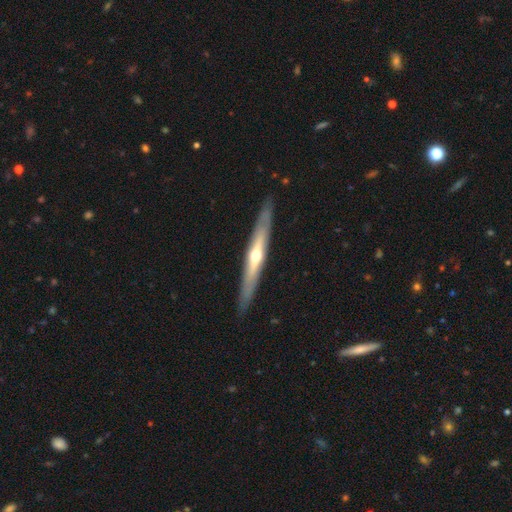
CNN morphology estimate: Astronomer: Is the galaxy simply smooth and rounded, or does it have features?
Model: featured or disk — 68%.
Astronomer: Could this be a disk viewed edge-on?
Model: yes — 93%.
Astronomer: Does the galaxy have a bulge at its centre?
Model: rounded — 86%.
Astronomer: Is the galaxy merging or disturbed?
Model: none — 88%.